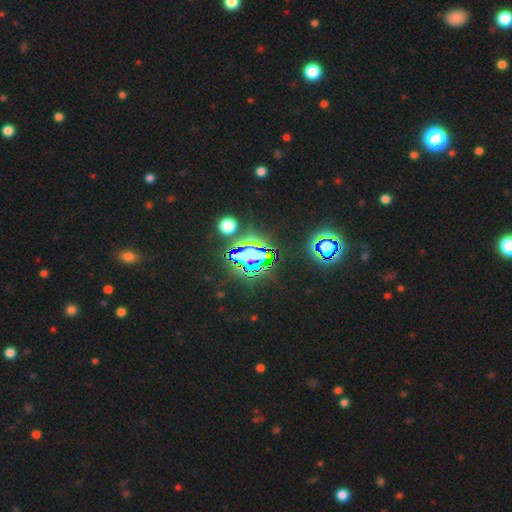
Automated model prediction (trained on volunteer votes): A star or artifact, not a galaxy (70%).